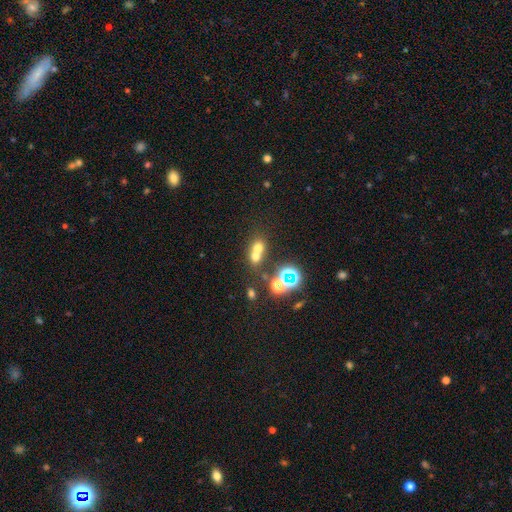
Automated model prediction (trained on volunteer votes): Smooth or featured? smooth (58%)
How rounded? round (72%)
Merging? merger (55%)